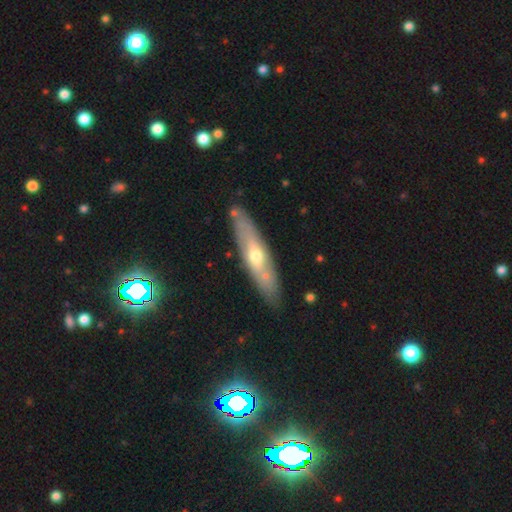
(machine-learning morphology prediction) This appears to be a featured or disk galaxy (53%) viewed edge-on (59%). Merging: none (82%).